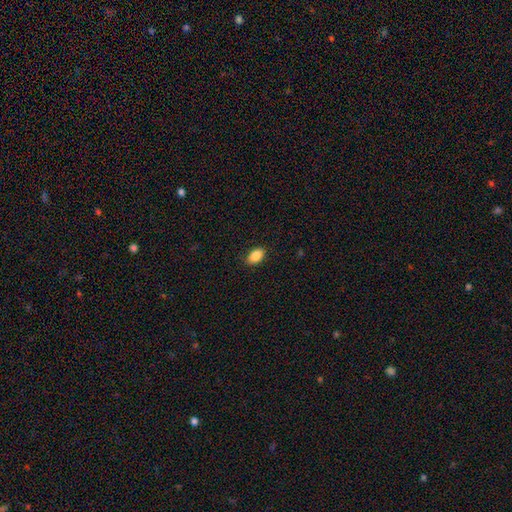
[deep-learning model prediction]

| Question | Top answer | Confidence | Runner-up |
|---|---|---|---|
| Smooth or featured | smooth | 88% | star or artifact (8%) |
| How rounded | in between | 89% | round (10%) |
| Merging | none | 87% | minor disturbance (10%) |